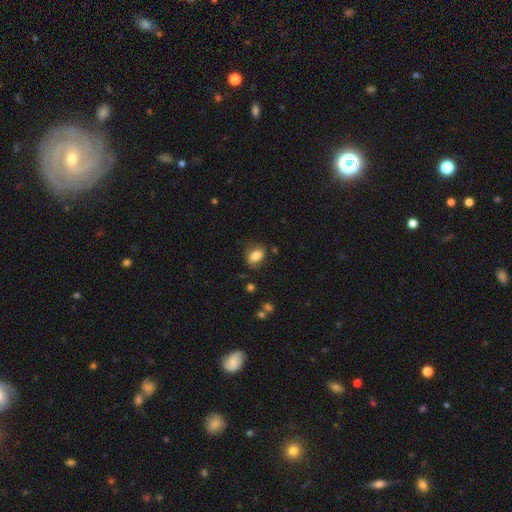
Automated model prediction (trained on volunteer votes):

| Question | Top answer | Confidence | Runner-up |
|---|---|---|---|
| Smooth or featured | smooth | 82% | featured or disk (9%) |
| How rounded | in between | 75% | round (24%) |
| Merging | none | 72% | minor disturbance (20%) |